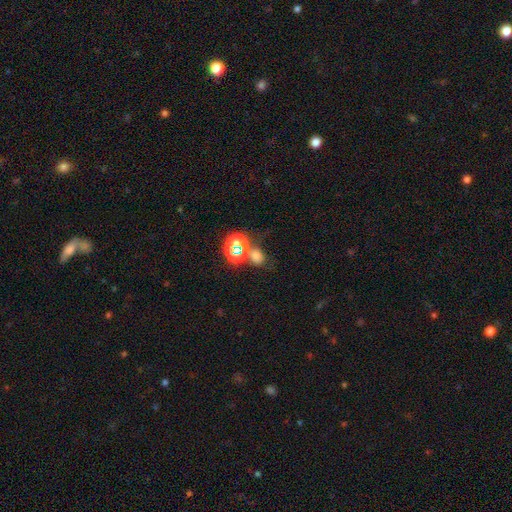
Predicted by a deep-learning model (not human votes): smooth-or-featured: smooth: 62% | star or artifact: 29% | featured or disk: 9%
  how-rounded: round: 61% | in between: 37% | cigar-shaped: 1%
  merging: none: 57% | merger: 24% | minor disturbance: 12% | major disturbance: 7%